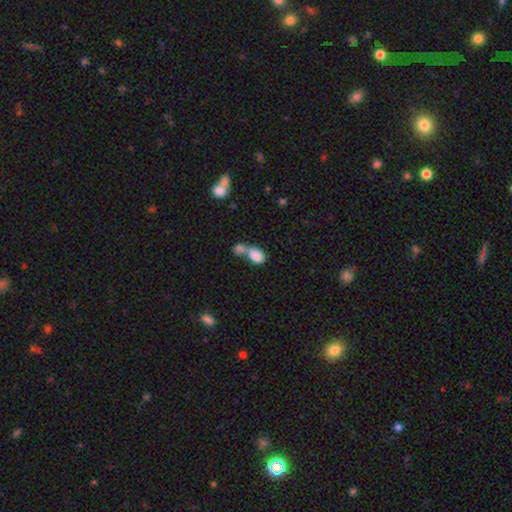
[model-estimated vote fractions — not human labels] smooth_or_featured: smooth (p=0.83) [alt: featured or disk p=0.09]
how_rounded: in between (p=0.82) [alt: round p=0.17]
merging: merger (p=0.67) [alt: none p=0.20]